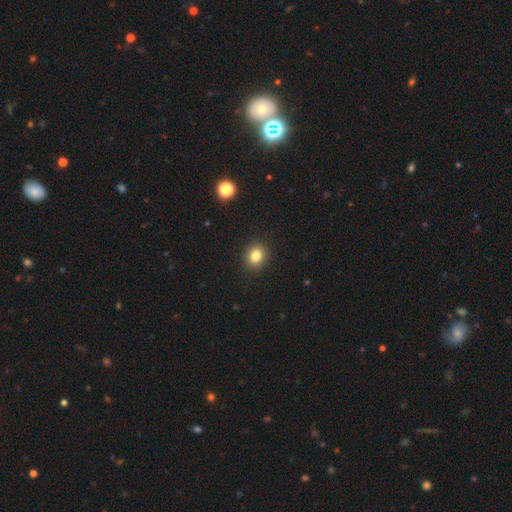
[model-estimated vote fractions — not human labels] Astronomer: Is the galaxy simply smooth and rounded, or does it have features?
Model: smooth — 82%.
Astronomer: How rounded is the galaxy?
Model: round — 68%.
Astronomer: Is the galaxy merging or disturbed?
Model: none — 91%.